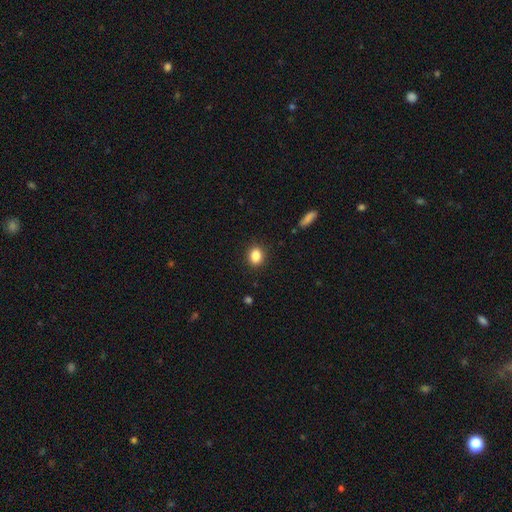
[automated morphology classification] type=smooth (86%); roundness=in between (54%); merging=none (89%).